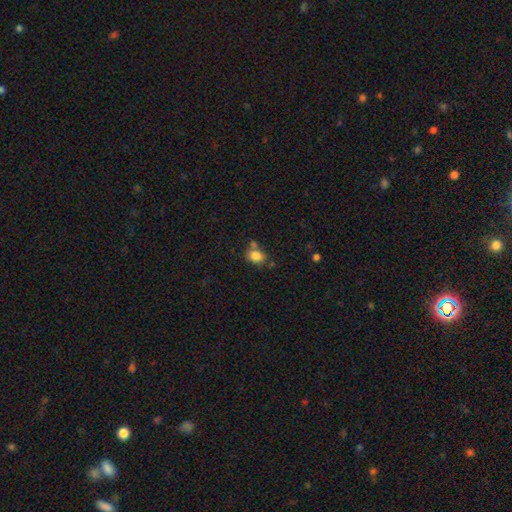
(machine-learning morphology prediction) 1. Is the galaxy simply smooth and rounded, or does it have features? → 83% smooth, 10% star or artifact, 7% featured or disk.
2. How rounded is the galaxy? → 60% in between, 39% round, 1% cigar-shaped.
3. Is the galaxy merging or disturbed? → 59% none, 21% merger, 15% minor disturbance, 5% major disturbance.